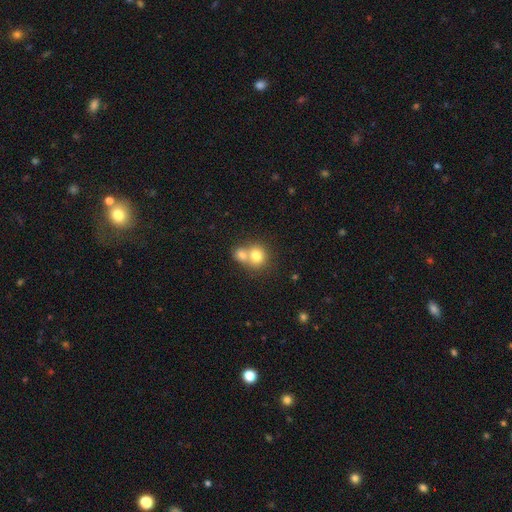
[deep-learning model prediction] smooth_or_featured: smooth (p=0.77) [alt: featured or disk p=0.13]
how_rounded: round (p=0.77) [alt: in between p=0.22]
merging: merger (p=0.61) [alt: none p=0.31]